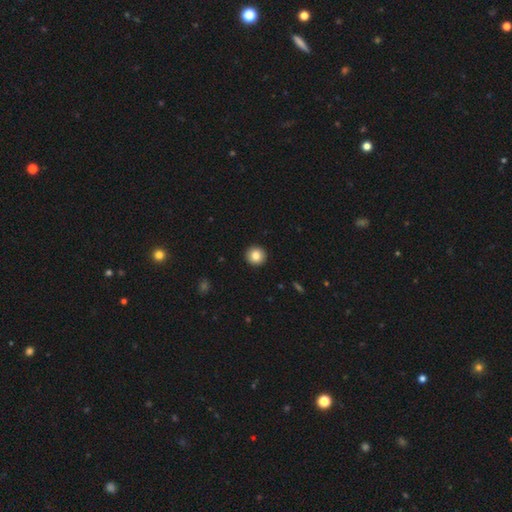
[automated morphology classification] smooth_or_featured: smooth (p=0.84) [alt: star or artifact p=0.09]
how_rounded: round (p=0.94) [alt: in between p=0.05]
merging: none (p=0.93) [alt: minor disturbance p=0.04]